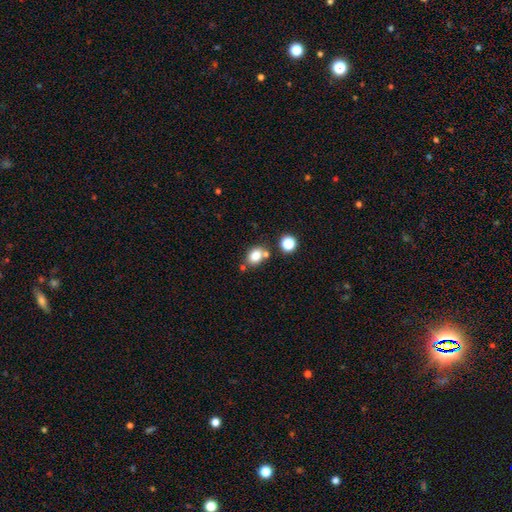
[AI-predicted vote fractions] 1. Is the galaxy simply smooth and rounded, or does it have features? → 80% smooth, 12% star or artifact, 8% featured or disk.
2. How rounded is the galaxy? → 59% in between, 40% round, 1% cigar-shaped.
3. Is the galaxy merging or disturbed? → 63% none, 19% merger, 13% minor disturbance, 4% major disturbance.